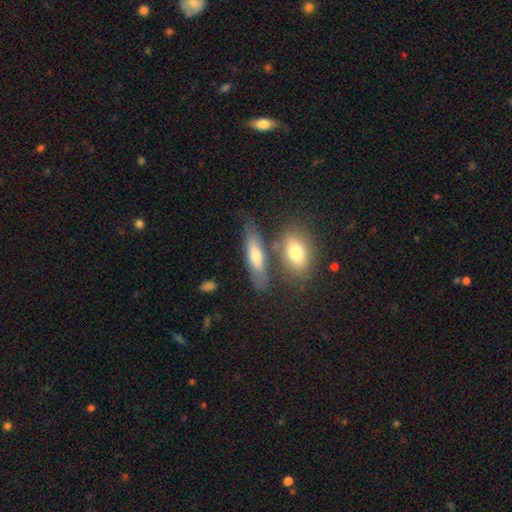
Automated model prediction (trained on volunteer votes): Smooth or featured: smooth — 59% (featured or disk — 33%)
How rounded: cigar-shaped — 55% (in between — 41%)
Merging: none — 62% (merger — 20%)